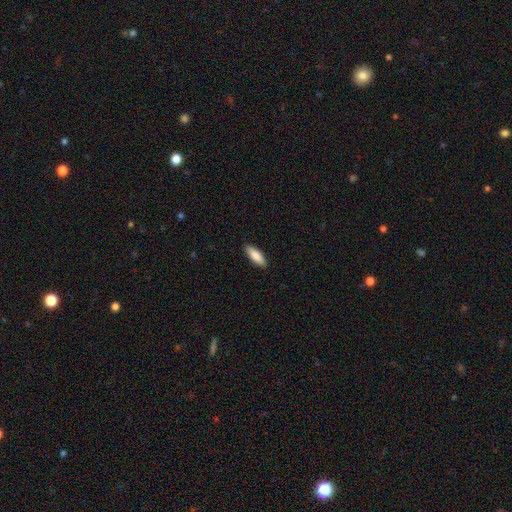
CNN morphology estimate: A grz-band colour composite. It shows a smooth galaxy with no disk features (86%) that is in between round and cigar-shaped (63%). Merging: none (90%).